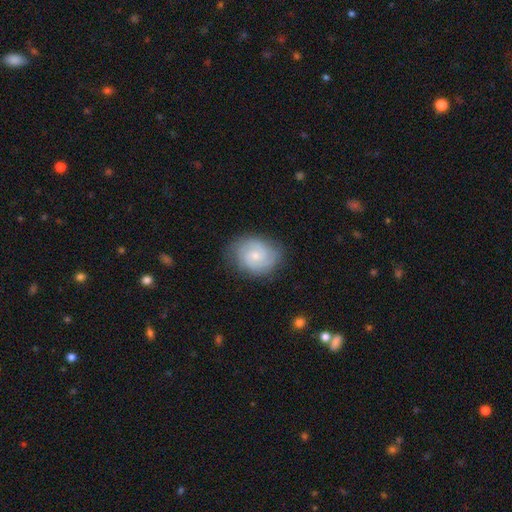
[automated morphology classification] Smooth or featured? Predicted: featured or disk (p=0.74). Edge-on disk? Predicted: no (p=0.98). Bar? Predicted: no (p=0.56). Spiral arms? Predicted: yes (p=0.95). Spiral winding? Predicted: tight (p=0.58). Spiral arm count? Predicted: 2 (p=0.59). Bulge size? Predicted: small (p=0.60). Merging? Predicted: none (p=0.80).